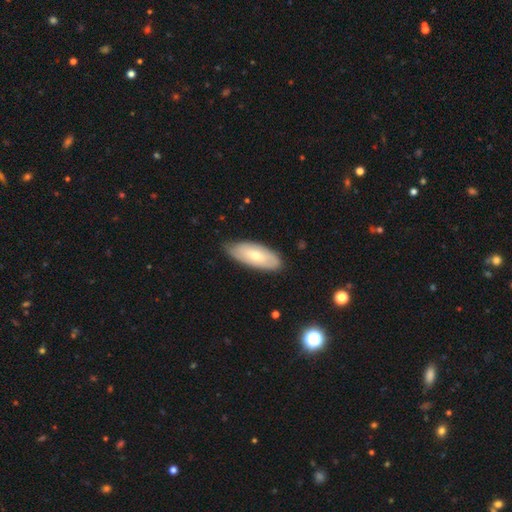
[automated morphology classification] smooth 56%, featured or disk 39%, star or artifact 5%. Down the decision tree: how rounded — in between (84%); merging — none (75%).